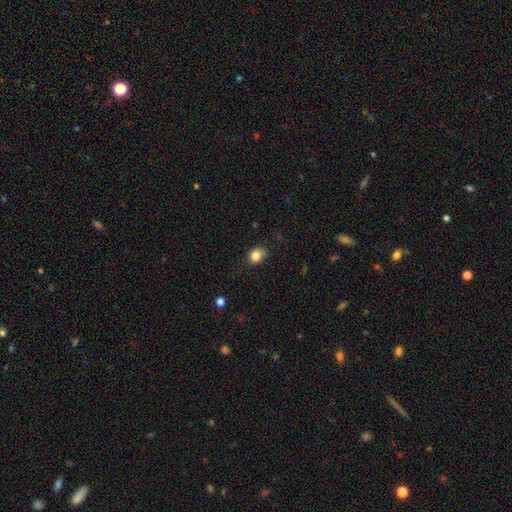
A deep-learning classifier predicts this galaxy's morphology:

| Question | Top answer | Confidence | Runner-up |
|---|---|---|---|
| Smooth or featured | smooth | 82% | star or artifact (11%) |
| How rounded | round | 59% | in between (40%) |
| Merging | none | 63% | minor disturbance (28%) |